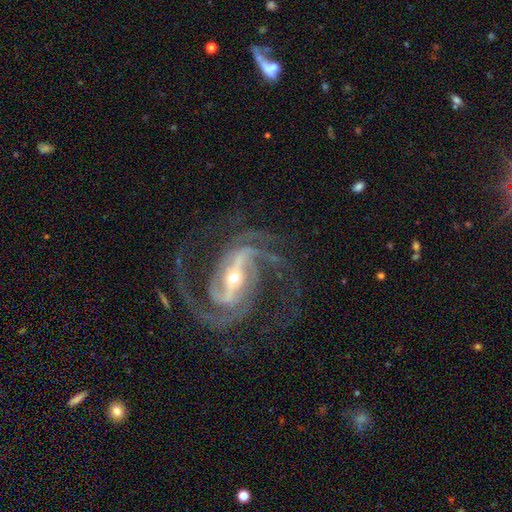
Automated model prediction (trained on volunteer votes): Smooth or featured? Predicted: featured or disk (p=0.93). Edge-on disk? Predicted: no (p=0.97). Bar? Predicted: strong (p=0.67). Spiral arms? Predicted: yes (p=0.99). Spiral winding? Predicted: medium (p=0.59). Spiral arm count? Predicted: 2 (p=0.71). Bulge size? Predicted: small (p=0.55). Merging? Predicted: none (p=0.74).